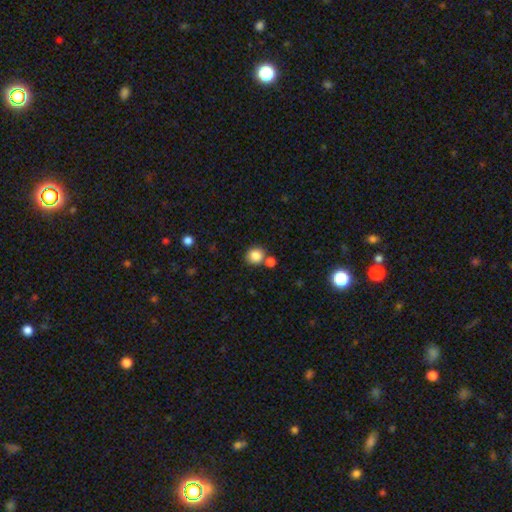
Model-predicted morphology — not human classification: A smooth galaxy with no disk features (85%) that is round (86%).

Vote fractions:
- Smooth or featured? smooth: 85% / star or artifact: 10% / featured or disk: 5%
- How rounded? round: 86% / in between: 13% / cigar-shaped: 1%
- Merging? none: 68% / merger: 18% / minor disturbance: 11% / major disturbance: 3%